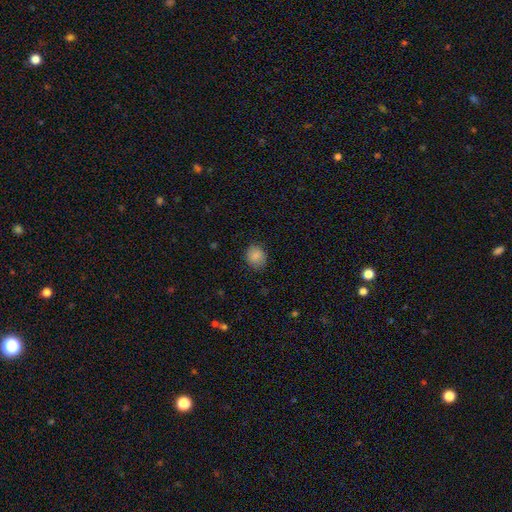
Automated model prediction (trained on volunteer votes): This is clearly a smooth galaxy (86%). How rounded: likely round (65%). Merging: clearly none (81%).